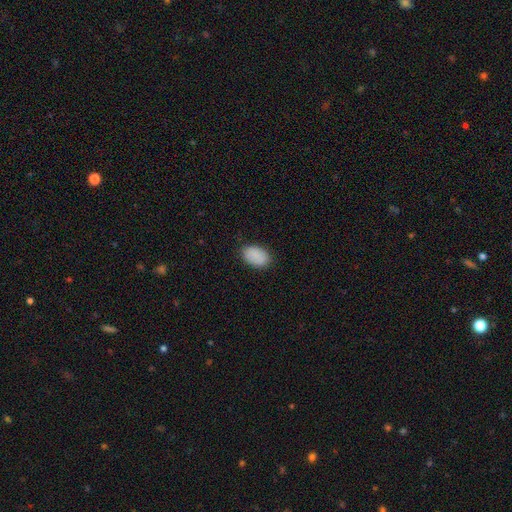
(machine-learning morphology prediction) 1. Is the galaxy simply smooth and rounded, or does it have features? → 89% smooth, 7% star or artifact, 5% featured or disk.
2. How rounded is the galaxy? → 90% in between, 9% round, 1% cigar-shaped.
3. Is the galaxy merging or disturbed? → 85% none, 12% minor disturbance, 3% major disturbance, 1% merger.